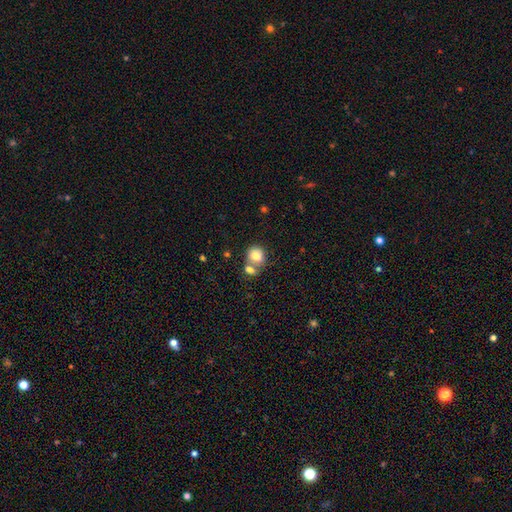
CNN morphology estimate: smooth 81%, featured or disk 11%, star or artifact 9%. Down the decision tree: how rounded — round (70%); merging — merger (47%).